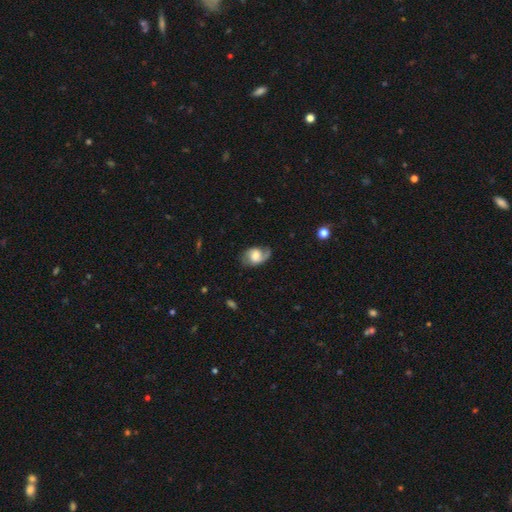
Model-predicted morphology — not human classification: The model was most divided on "bar": no: 48%, weak: 42%, strong: 10%. Remaining: edge-on disk — no (97%); spiral arms — yes (92%); smooth or featured — featured or disk (67%); spiral arm count — 2 (66%); merging — none (63%); spiral winding — medium (44%); bulge size — moderate (39%).